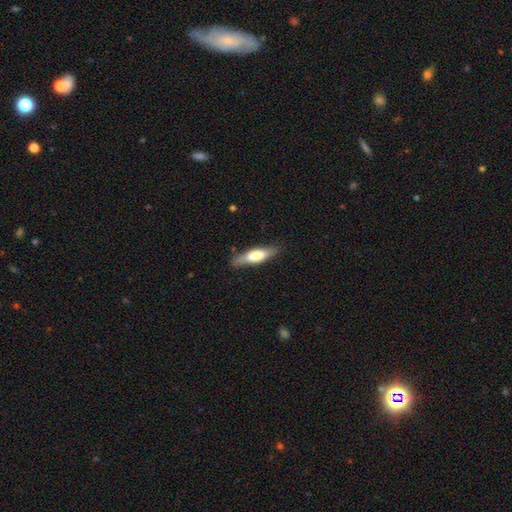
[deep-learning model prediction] A smooth galaxy with no disk features (58%) that is cigar-shaped (63%).

Vote fractions:
- Smooth or featured? smooth: 58% / featured or disk: 36% / star or artifact: 6%
- How rounded? cigar-shaped: 63% / in between: 35% / round: 2%
- Merging? none: 80% / minor disturbance: 15% / major disturbance: 3% / merger: 1%